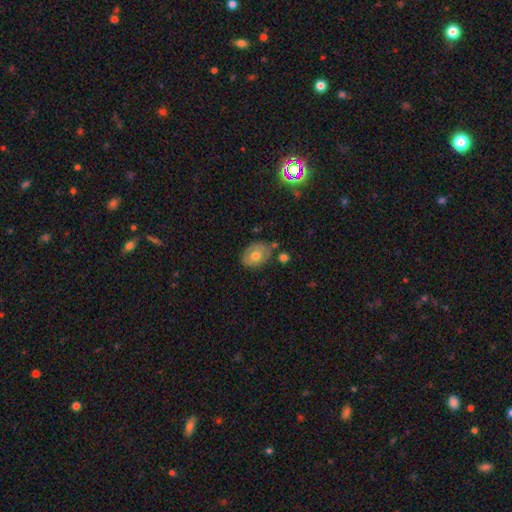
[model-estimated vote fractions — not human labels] This appears to be a smooth galaxy with no disk features (61%) that is in between round and cigar-shaped (67%). Merging: none (66%).